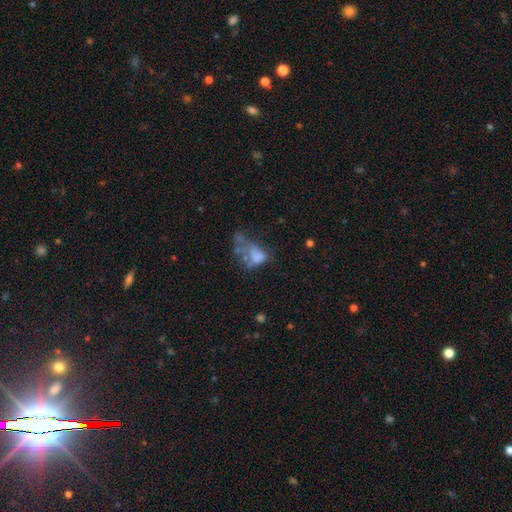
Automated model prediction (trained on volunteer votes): Morphology: type=smooth (50%); roundness=in between (79%); merging=major disturbance (43%).